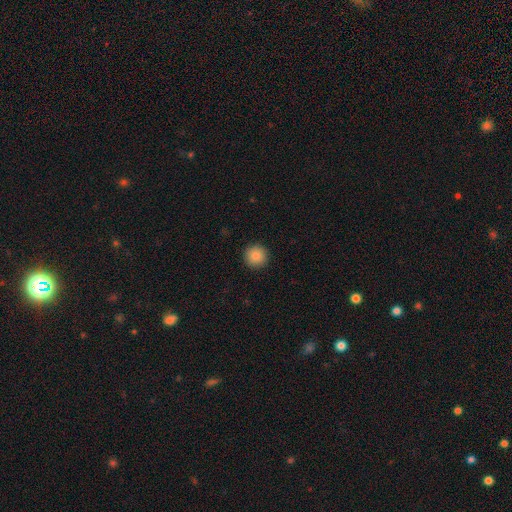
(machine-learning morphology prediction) This appears to be a smooth galaxy with no disk features (87%) that is round (96%). Merging: none (93%).